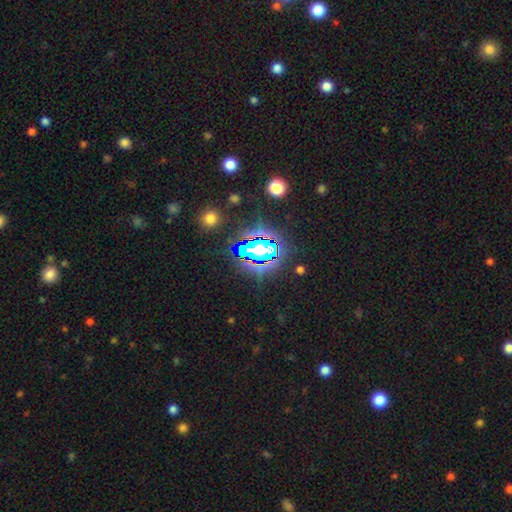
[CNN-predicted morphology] smooth-or-featured: star or artifact: 73% | smooth: 16% | featured or disk: 11%